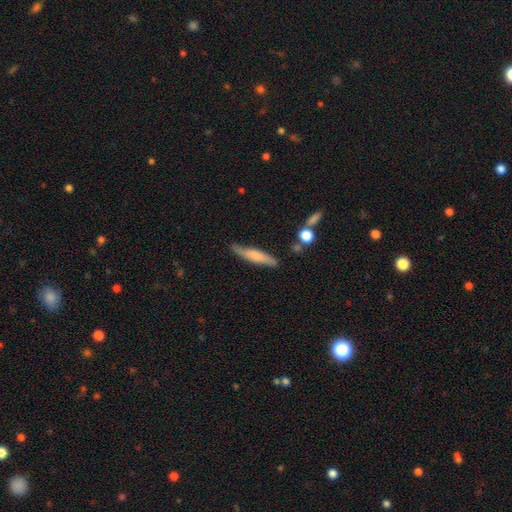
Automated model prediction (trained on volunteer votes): Smooth or featured? Predicted: smooth (p=0.60). How rounded? Predicted: cigar-shaped (p=0.86). Merging? Predicted: none (p=0.74).